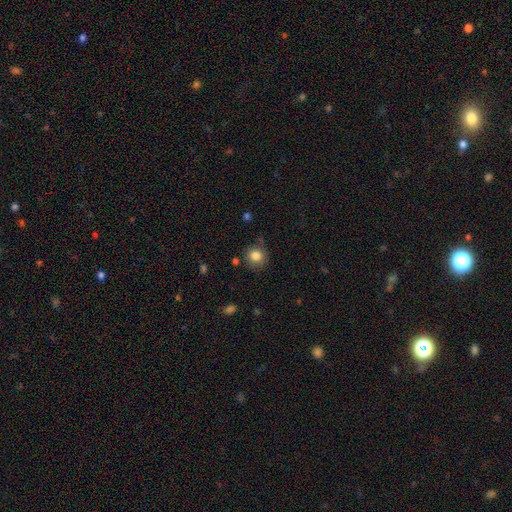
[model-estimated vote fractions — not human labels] A smooth galaxy with no disk features (83%) that is round (89%). Merging: none (80%).